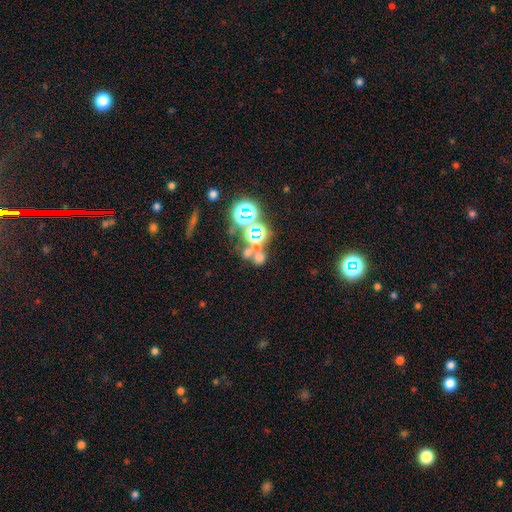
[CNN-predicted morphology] The model was most divided on "smooth or featured": smooth: 45%, star or artifact: 41%, featured or disk: 14%. Remaining: merging — none (46%).